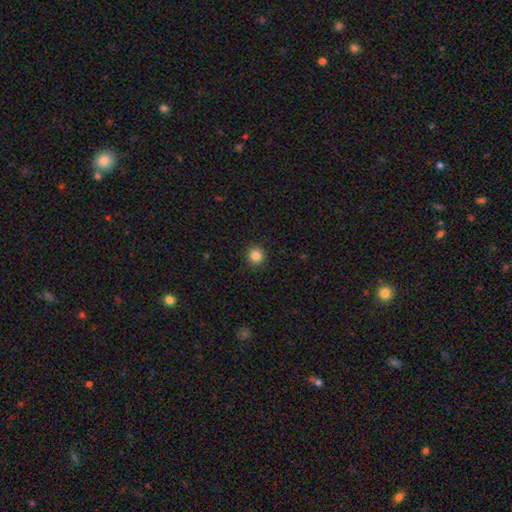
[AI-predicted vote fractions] Smooth or featured? Predicted: smooth (p=0.85). How rounded? Predicted: round (p=0.94). Merging? Predicted: none (p=0.93).